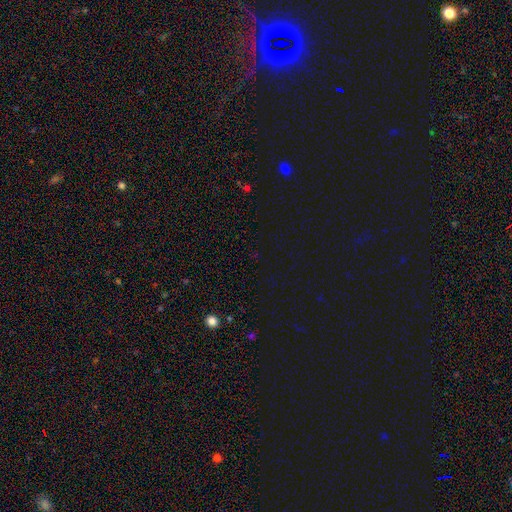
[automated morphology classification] Q: Smooth or featured?
A: star or artifact (72%); runner-up: smooth (21%)